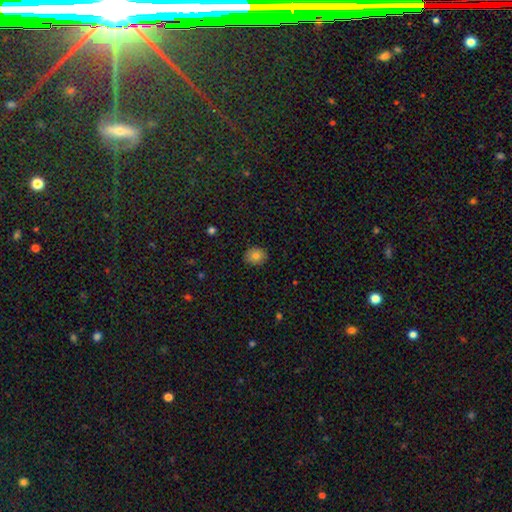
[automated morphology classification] A smooth galaxy with no disk features (80%) that is round (65%).

Vote fractions:
- Smooth or featured? smooth: 80% / featured or disk: 10% / star or artifact: 10%
- How rounded? round: 65% / in between: 34% / cigar-shaped: 1%
- Merging? none: 87% / minor disturbance: 10% / major disturbance: 2% / merger: 1%